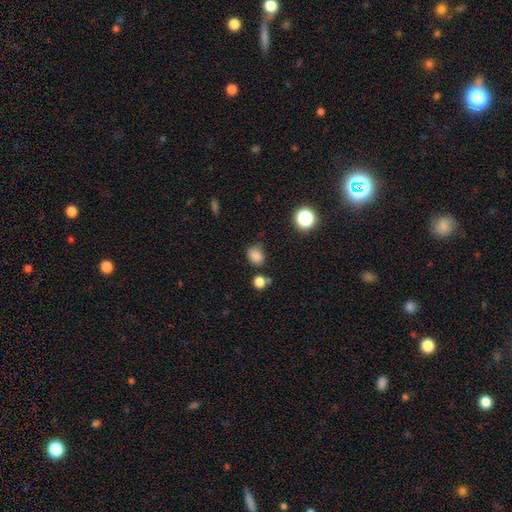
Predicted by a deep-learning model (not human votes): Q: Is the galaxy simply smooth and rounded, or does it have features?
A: smooth — 83%.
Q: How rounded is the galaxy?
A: round — 57%.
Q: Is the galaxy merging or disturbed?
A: none — 65%.